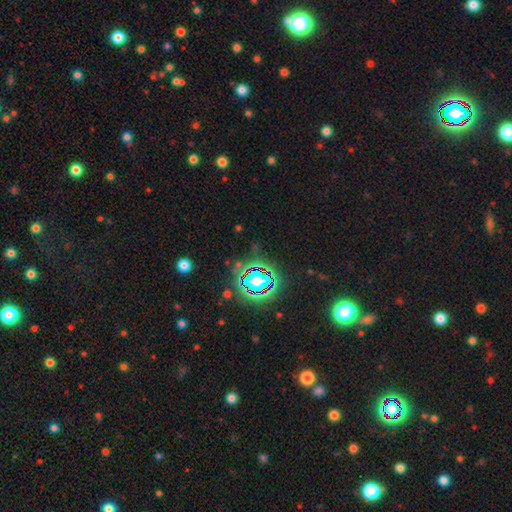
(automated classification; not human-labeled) Q: Smooth or featured?
A: star or artifact (78%); runner-up: smooth (13%)